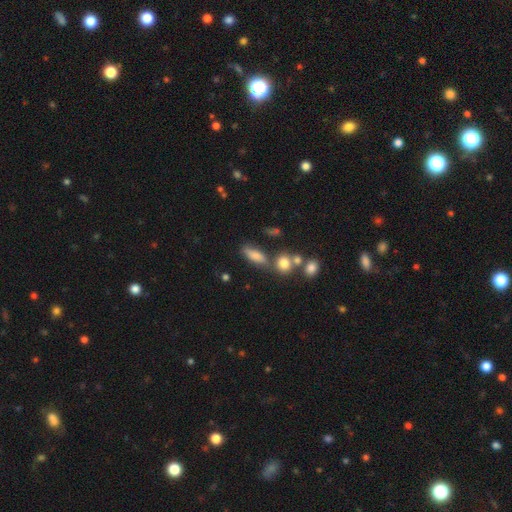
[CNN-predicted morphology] A smooth galaxy with no disk features (68%) that is in between round and cigar-shaped (59%).

Vote fractions:
- Smooth or featured? smooth: 68% / star or artifact: 16% / featured or disk: 15%
- How rounded? in between: 59% / cigar-shaped: 30% / round: 10%
- Merging? none: 60% / minor disturbance: 17% / merger: 16% / major disturbance: 7%